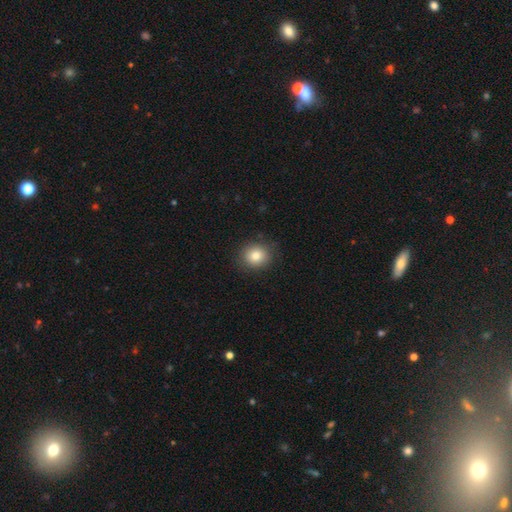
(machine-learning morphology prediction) Smooth or featured? Predicted: smooth (p=0.83). How rounded? Predicted: round (p=0.78). Merging? Predicted: none (p=0.88).